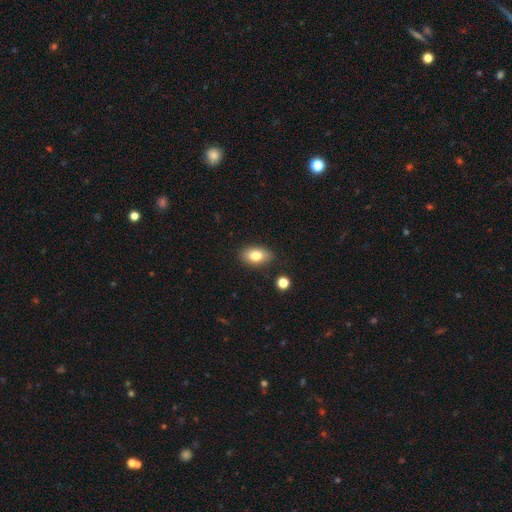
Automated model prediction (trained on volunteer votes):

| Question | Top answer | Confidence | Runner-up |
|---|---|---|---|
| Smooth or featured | smooth | 81% | featured or disk (11%) |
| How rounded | in between | 89% | round (9%) |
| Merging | none | 84% | minor disturbance (11%) |